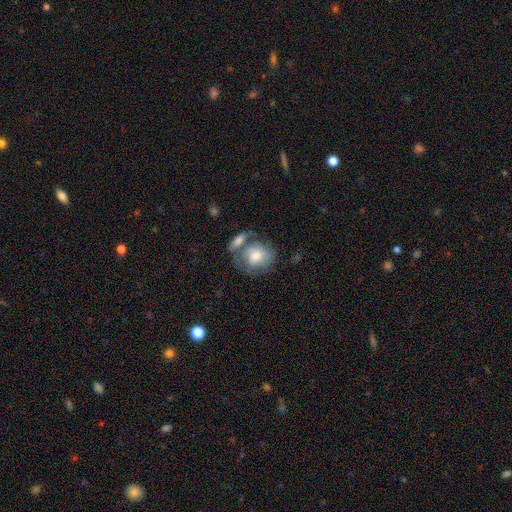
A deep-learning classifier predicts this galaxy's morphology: Q: Smooth or featured?
A: smooth (62%); runner-up: featured or disk (31%)
Q: How rounded?
A: round (62%); runner-up: in between (37%)
Q: Merging?
A: none (39%); runner-up: merger (34%)